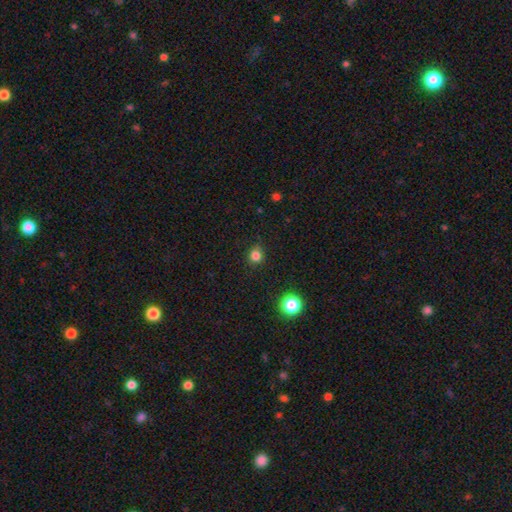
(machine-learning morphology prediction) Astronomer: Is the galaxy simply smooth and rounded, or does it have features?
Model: smooth — 81%.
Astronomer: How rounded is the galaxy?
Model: round — 83%.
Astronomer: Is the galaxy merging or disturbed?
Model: none — 83%.